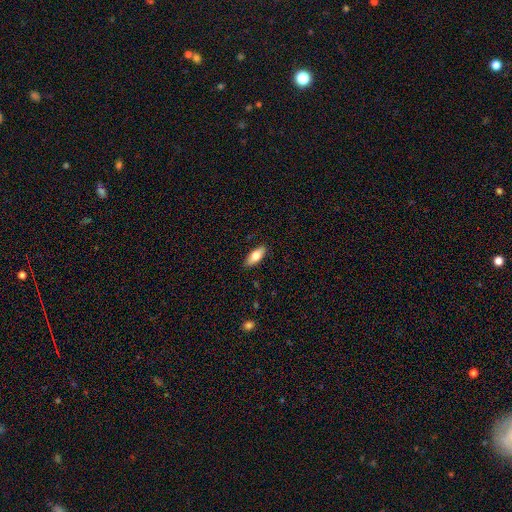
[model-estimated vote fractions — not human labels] Smooth or featured? smooth (74%)
How rounded? in between (81%)
Merging? none (88%)